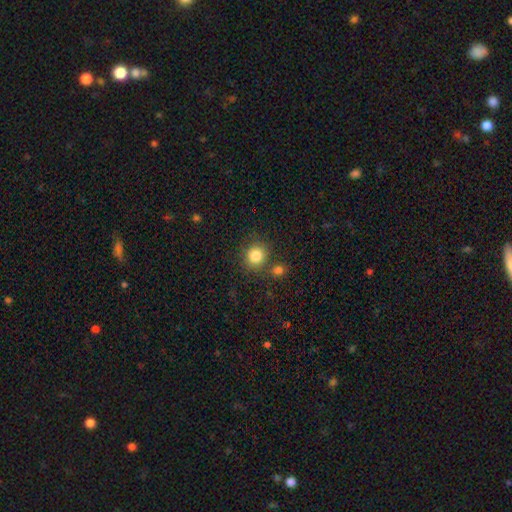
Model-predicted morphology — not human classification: A smooth galaxy with no disk features (84%) that is round (85%). Merging: none (76%).